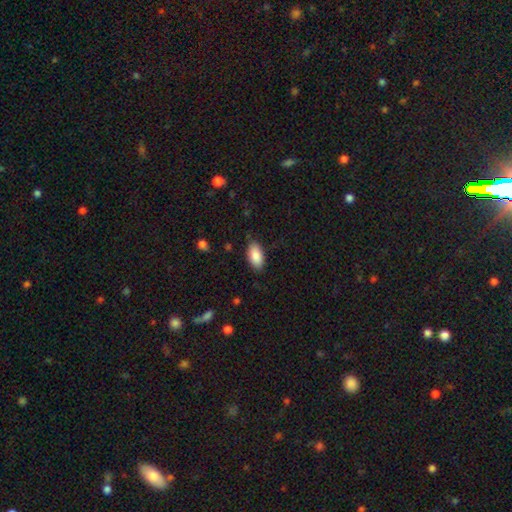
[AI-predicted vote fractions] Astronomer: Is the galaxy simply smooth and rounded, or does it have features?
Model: smooth — 88%.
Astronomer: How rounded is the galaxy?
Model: in between — 93%.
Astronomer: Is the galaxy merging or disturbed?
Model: none — 84%.